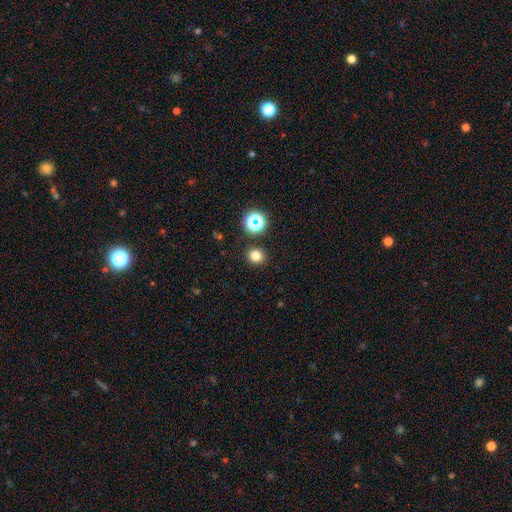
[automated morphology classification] This is likely a smooth galaxy (77%). How rounded: clearly round (85%). Merging: clearly none (89%).